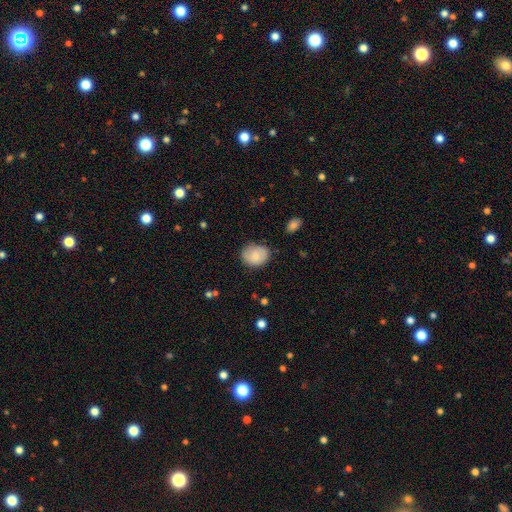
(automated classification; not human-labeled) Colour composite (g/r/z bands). It shows a smooth galaxy with no disk features (78%) that is in between round and cigar-shaped (52%). Merging: none (75%).